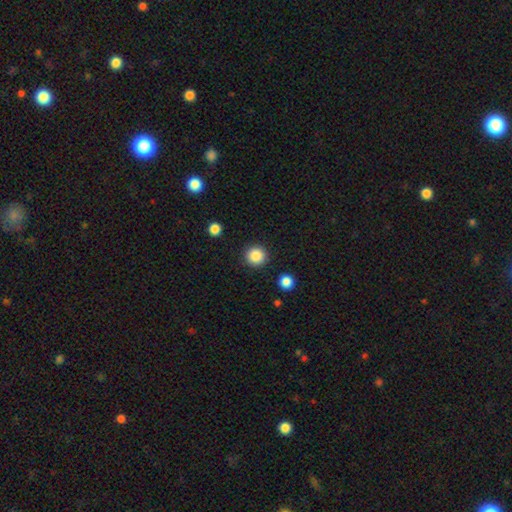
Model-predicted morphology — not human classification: Smooth or featured?
  - smooth: 87% *
  - star or artifact: 9%
  - featured or disk: 3%
How rounded?
  - round: 95% *
  - in between: 4%
  - cigar-shaped: 1%
Merging?
  - none: 91% *
  - minor disturbance: 5%
  - major disturbance: 2%
  - merger: 2%